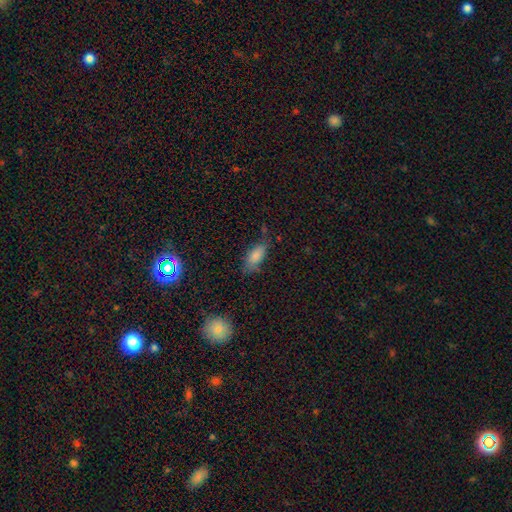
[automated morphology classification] This appears to be a smooth galaxy with no disk features (82%) that is in between round and cigar-shaped (84%). Merging: none (65%).